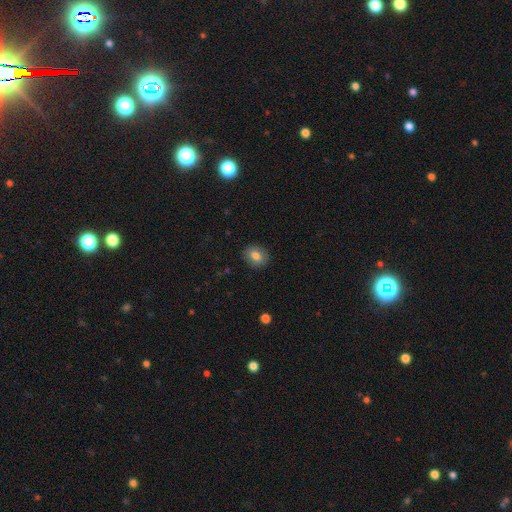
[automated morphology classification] A smooth galaxy with no disk features (78%) that is round (58%).

Vote fractions:
- Smooth or featured? smooth: 78% / featured or disk: 13% / star or artifact: 9%
- How rounded? round: 58% / in between: 41% / cigar-shaped: 1%
- Merging? none: 88% / minor disturbance: 9% / major disturbance: 2% / merger: 1%